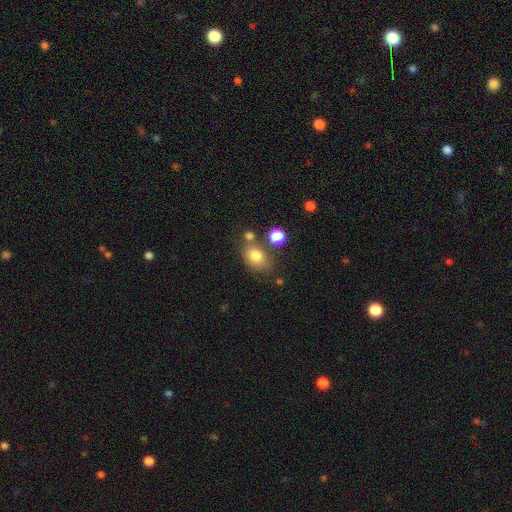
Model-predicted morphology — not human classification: smooth 79%, star or artifact 11%, featured or disk 10%. Down the decision tree: how rounded — in between (66%); merging — none (63%).